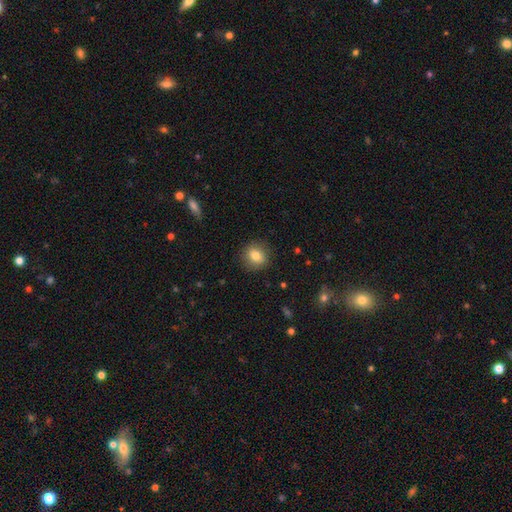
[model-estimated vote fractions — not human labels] A smooth galaxy with no disk features (79%) that is round (80%). Merging: none (88%).